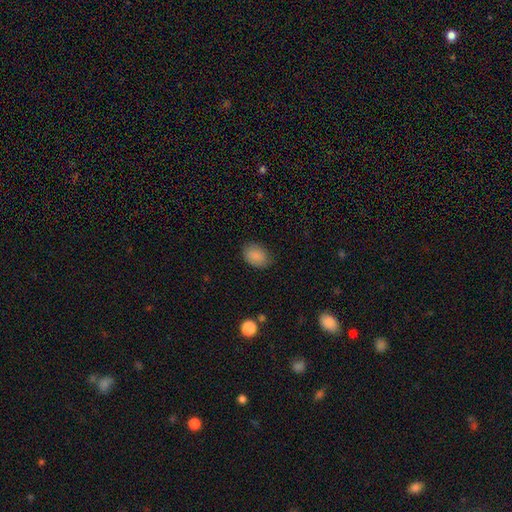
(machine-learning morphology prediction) Smooth or featured?
  - smooth: 87% *
  - star or artifact: 8%
  - featured or disk: 5%
How rounded?
  - in between: 78% *
  - round: 21%
  - cigar-shaped: 1%
Merging?
  - none: 82% *
  - minor disturbance: 14%
  - major disturbance: 3%
  - merger: 1%